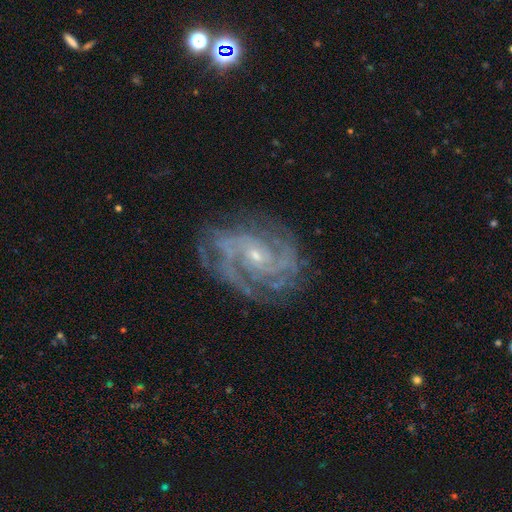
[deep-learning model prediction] Q: Smooth or featured?
A: featured or disk (89%); runner-up: star or artifact (7%)
Q: Edge-on disk?
A: no (97%); runner-up: yes (3%)
Q: Bar?
A: no (65%); runner-up: weak (27%)
Q: Spiral arms?
A: yes (98%); runner-up: no (2%)
Q: Spiral winding?
A: tight (58%); runner-up: medium (36%)
Q: Spiral arm count?
A: 2 (32%); runner-up: 3 (23%)
Q: Bulge size?
A: small (76%); runner-up: moderate (20%)
Q: Merging?
A: none (73%); runner-up: minor disturbance (18%)